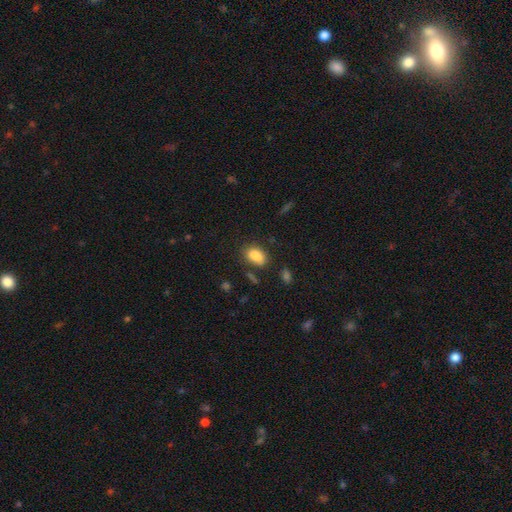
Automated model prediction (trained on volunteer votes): smooth 86%, star or artifact 9%, featured or disk 5%. Down the decision tree: how rounded — in between (87%); merging — none (73%).